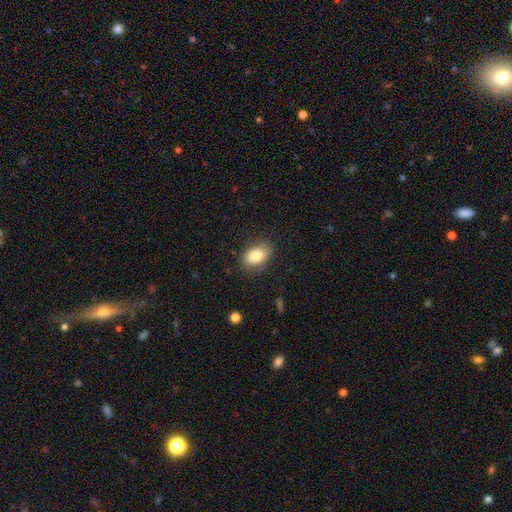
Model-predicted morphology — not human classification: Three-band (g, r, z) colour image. It shows a smooth galaxy with no disk features (83%) that is in between round and cigar-shaped (86%). Merging: none (80%).